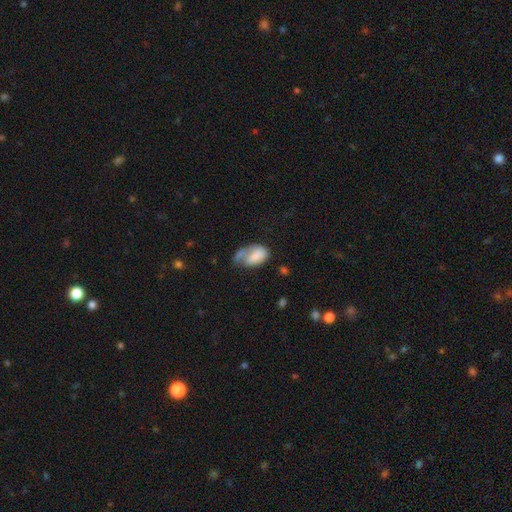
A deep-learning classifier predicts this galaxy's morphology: Smooth or featured? Predicted: smooth (p=0.65). How rounded? Predicted: in between (p=0.91). Merging? Predicted: major disturbance (p=0.39).